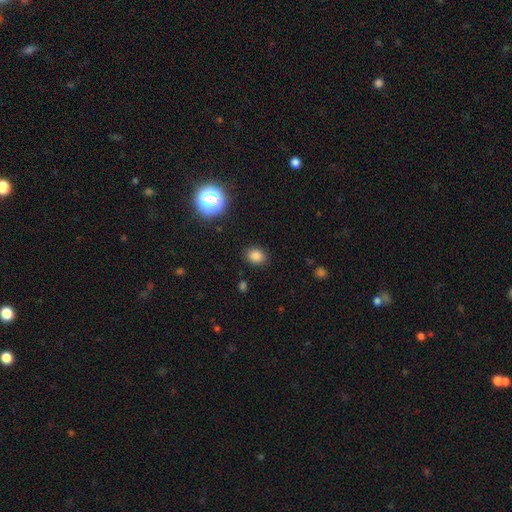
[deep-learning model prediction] Q: Smooth or featured?
A: smooth (82%); runner-up: star or artifact (14%)
Q: How rounded?
A: round (51%); runner-up: in between (48%)
Q: Merging?
A: none (87%); runner-up: minor disturbance (9%)